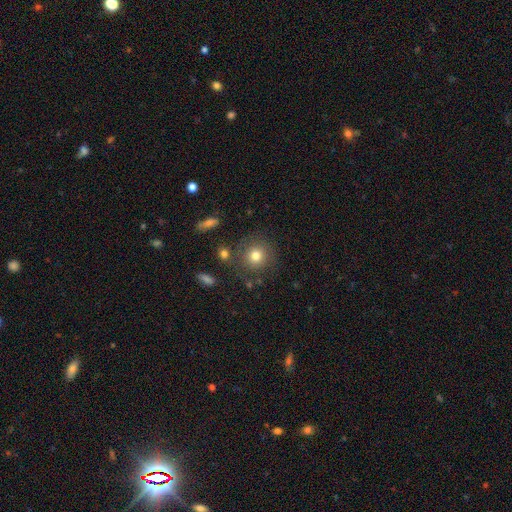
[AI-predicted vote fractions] smooth 76%, featured or disk 12%, star or artifact 11%. Down the decision tree: how rounded — round (91%); merging — none (80%).